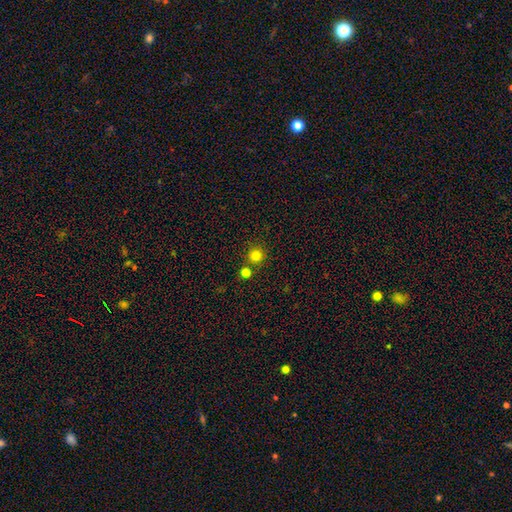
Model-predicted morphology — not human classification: type=smooth (80%); roundness=round (95%); merging=none (81%).